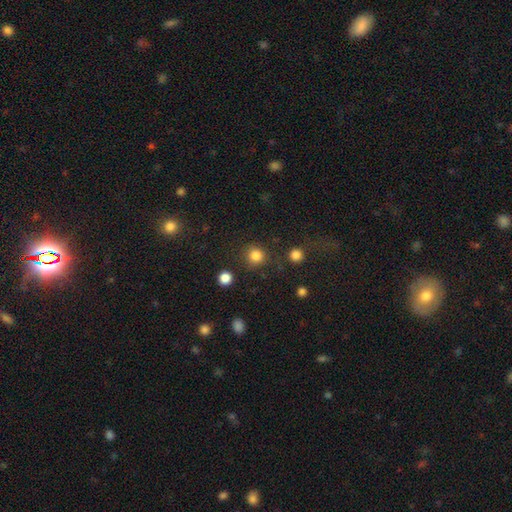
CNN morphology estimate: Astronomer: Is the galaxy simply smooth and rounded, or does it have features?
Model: smooth — 84%.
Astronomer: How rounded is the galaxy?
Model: round — 92%.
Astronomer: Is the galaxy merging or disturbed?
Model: none — 83%.